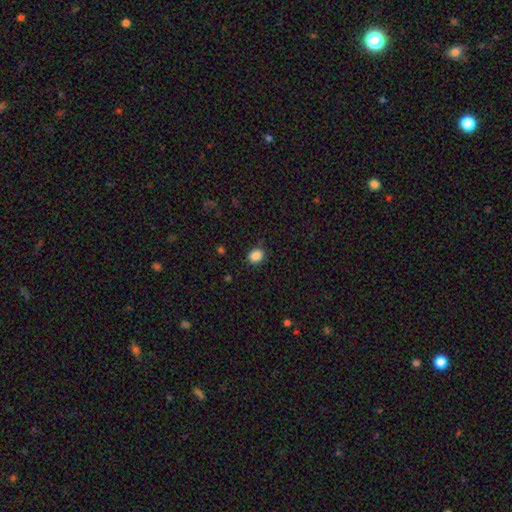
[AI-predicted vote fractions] Smooth or featured? Predicted: smooth (p=0.87). How rounded? Predicted: round (p=0.61). Merging? Predicted: none (p=0.84).